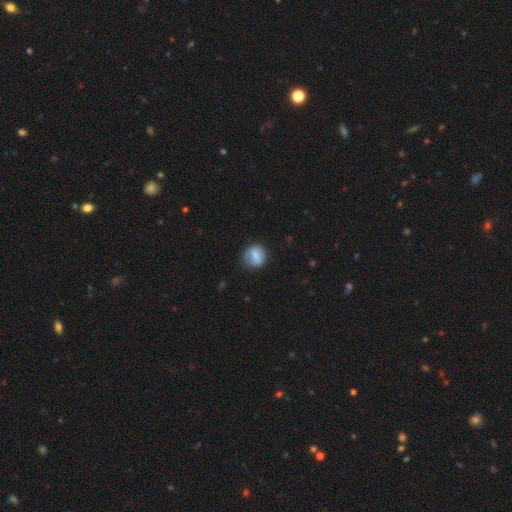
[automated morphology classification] A smooth galaxy with no disk features (66%) that is round (71%). Merging: none (74%).